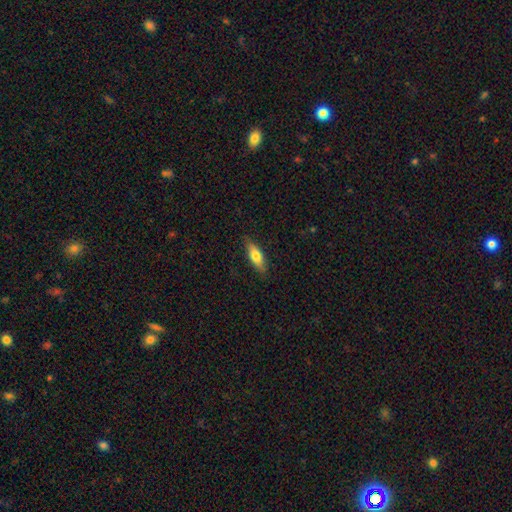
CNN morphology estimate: smooth_or_featured: smooth (p=0.70) [alt: featured or disk p=0.24]
how_rounded: in between (p=0.60) [alt: cigar-shaped p=0.38]
merging: none (p=0.85) [alt: minor disturbance p=0.12]